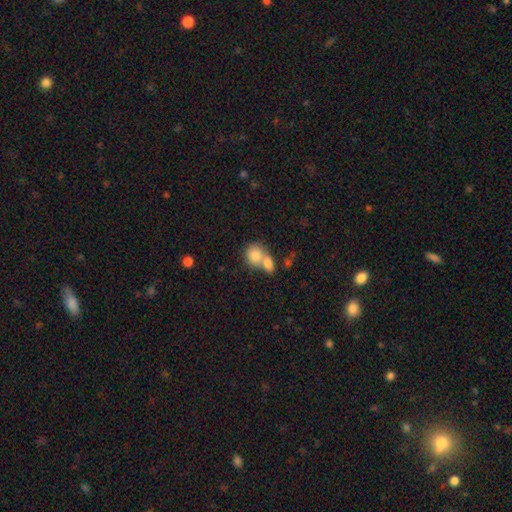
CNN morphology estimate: A smooth galaxy with no disk features (79%) that is round (62%). Merging: merger (63%).